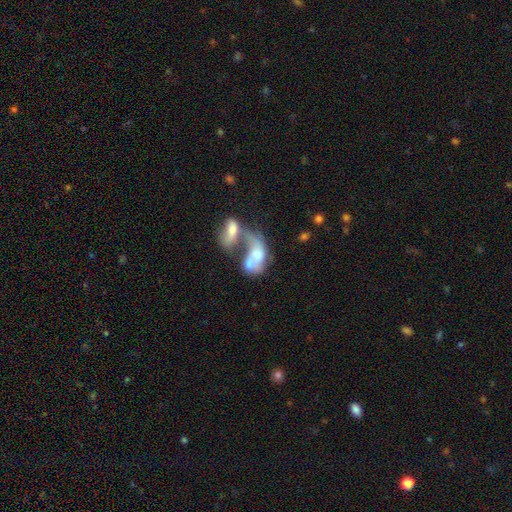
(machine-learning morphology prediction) A smooth galaxy with no disk features (46%, tied with featured or disk).

Vote fractions:
- Smooth or featured? smooth: 46% (tied) / featured or disk: 46% (tied) / star or artifact: 9%
- Merging? merger: 73% / major disturbance: 15% / none: 7% / minor disturbance: 5%